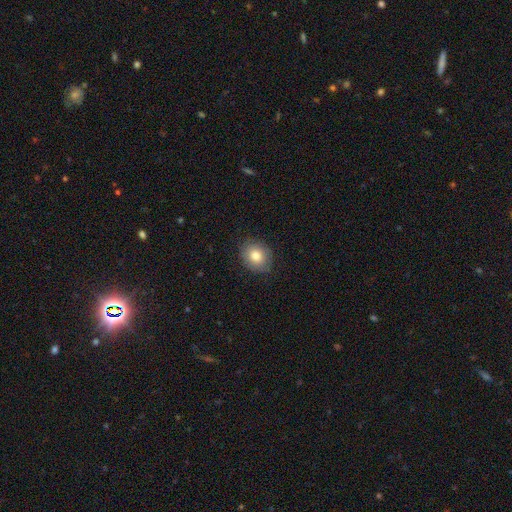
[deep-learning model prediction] This is clearly a smooth galaxy (81%). How rounded: likely round (63%). Merging: clearly none (83%).